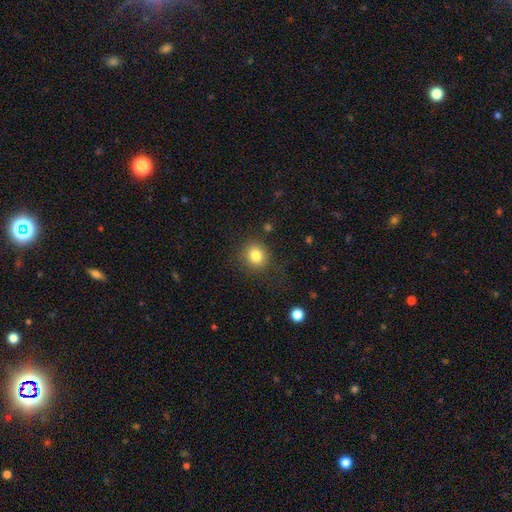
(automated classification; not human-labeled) Q: Smooth or featured?
A: smooth (82%); runner-up: star or artifact (11%)
Q: How rounded?
A: round (82%); runner-up: in between (17%)
Q: Merging?
A: none (83%); runner-up: minor disturbance (11%)